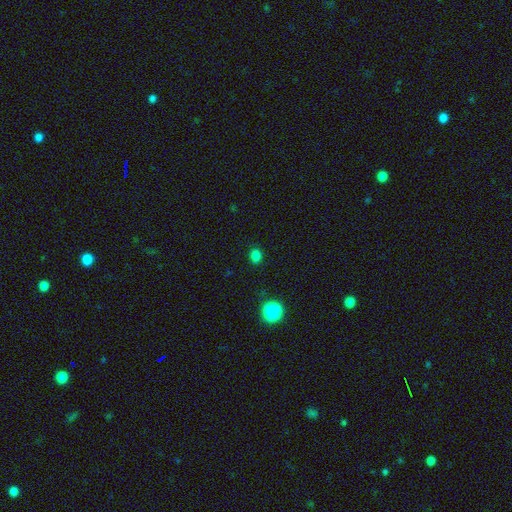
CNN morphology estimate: A smooth galaxy with no disk features (79%) that is round (62%). Merging: none (87%).